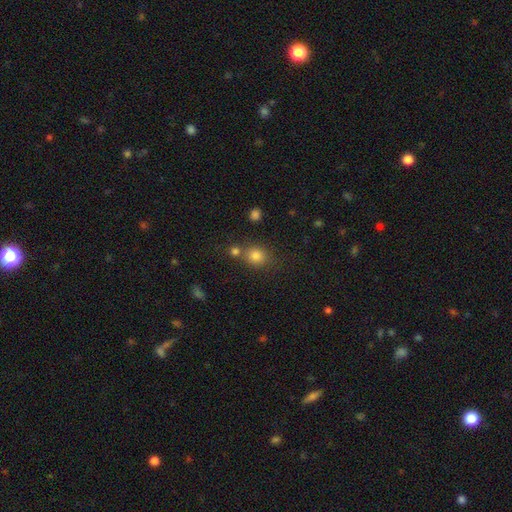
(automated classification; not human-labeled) Smooth or featured: smooth — 80% (star or artifact — 13%)
How rounded: round — 73% (in between — 26%)
Merging: none — 62% (merger — 23%)